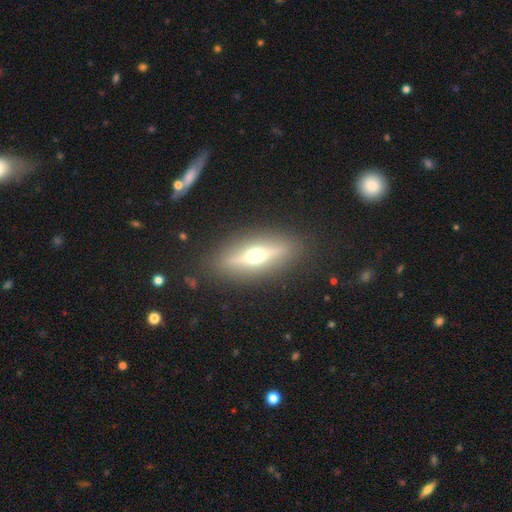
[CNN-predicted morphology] Overall: featured or disk (68%). Edge-on disk: yes (89%). Edge-on bulge: rounded (96%). Merging: none (88%).